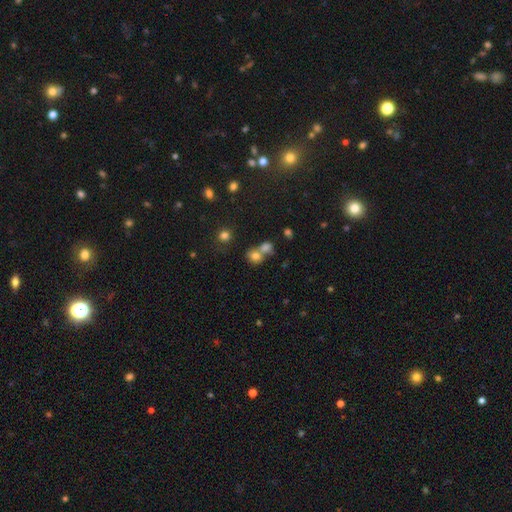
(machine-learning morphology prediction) smooth-or-featured: smooth: 74% | star or artifact: 15% | featured or disk: 11%
  how-rounded: round: 66% | in between: 32% | cigar-shaped: 1%
  merging: merger: 51% | none: 38% | minor disturbance: 8% | major disturbance: 4%